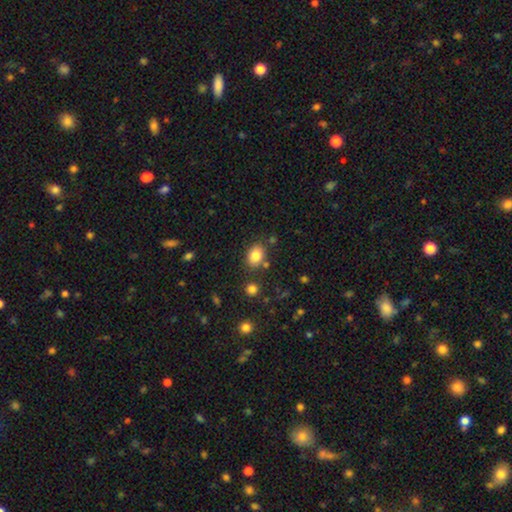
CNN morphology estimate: Smooth or featured? Predicted: smooth (p=0.83). How rounded? Predicted: in between (p=0.68). Merging? Predicted: none (p=0.78).